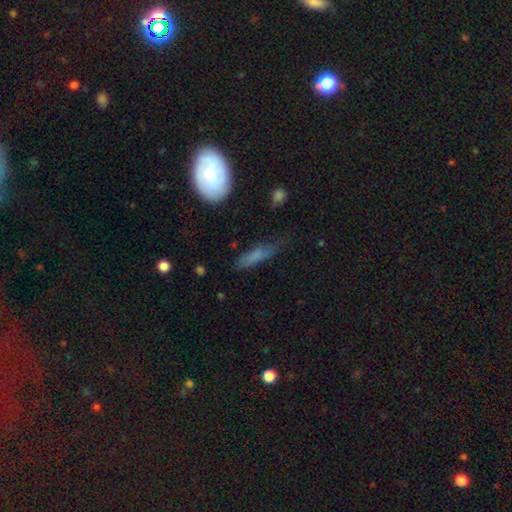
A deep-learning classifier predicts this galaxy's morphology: smooth 70%, featured or disk 20%, star or artifact 10%. Down the decision tree: how rounded — cigar-shaped (60%); merging — none (49%).